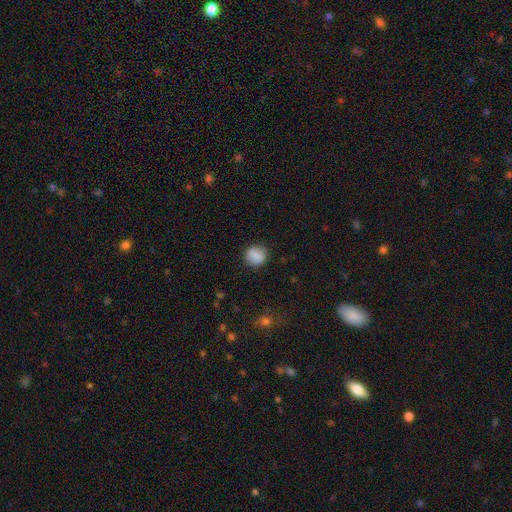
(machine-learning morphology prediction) This appears to be a smooth galaxy with no disk features (85%) that is round (81%). Merging: none (84%).